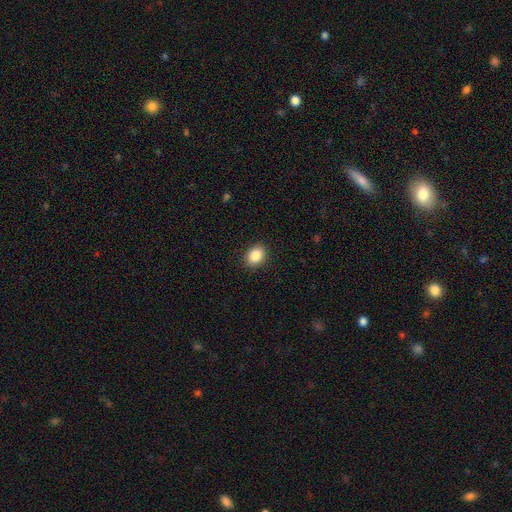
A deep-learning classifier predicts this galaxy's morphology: Q: Smooth or featured?
A: smooth (87%); runner-up: star or artifact (8%)
Q: How rounded?
A: in between (63%); runner-up: round (36%)
Q: Merging?
A: none (90%); runner-up: minor disturbance (7%)